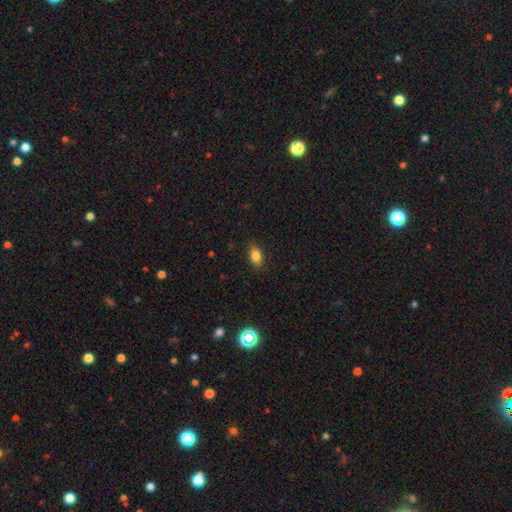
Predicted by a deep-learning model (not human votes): A smooth galaxy with no disk features (84%) that is in between round and cigar-shaped (85%). Merging: none (86%).